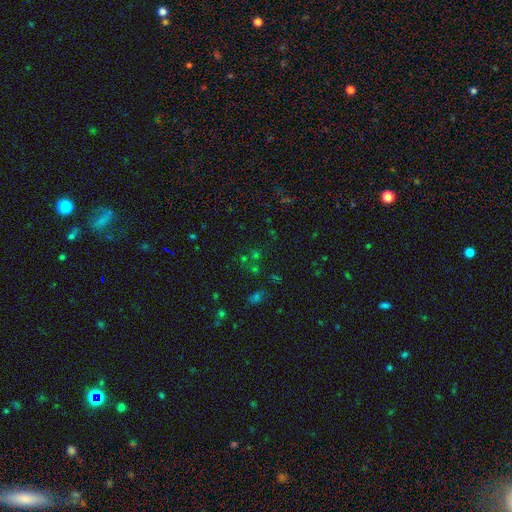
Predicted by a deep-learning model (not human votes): The model was most divided on "smooth or featured": star or artifact: 58%, smooth: 32%, featured or disk: 11%.